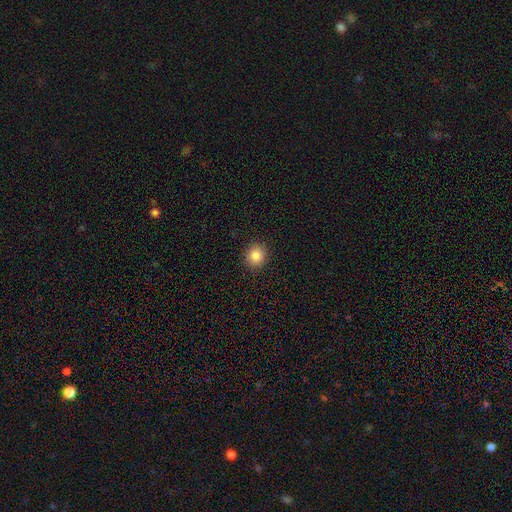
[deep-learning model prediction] Morphology: type=smooth (85%); roundness=round (85%); merging=none (91%).